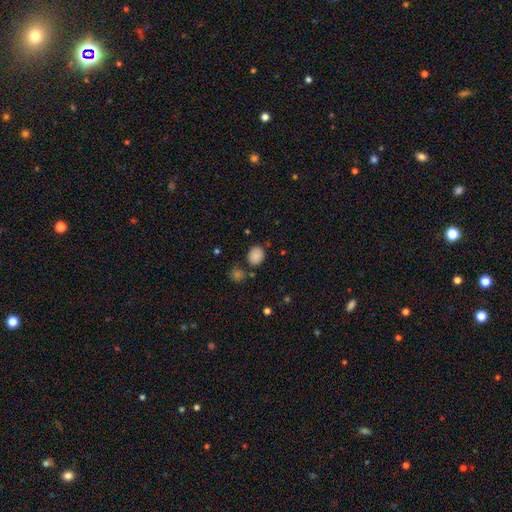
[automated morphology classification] Smooth or featured? smooth (84%)
How rounded? round (62%)
Merging? none (77%)